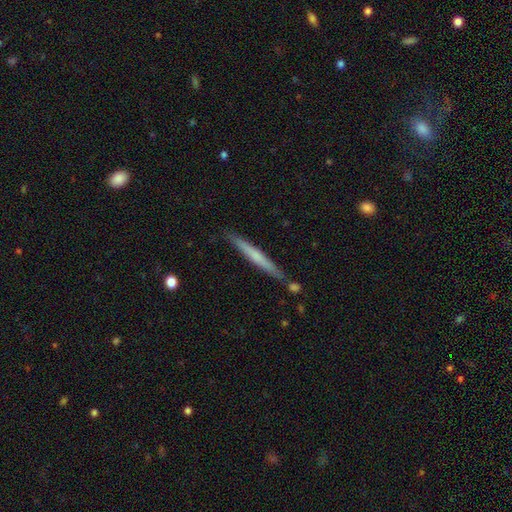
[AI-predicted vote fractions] smooth_or_featured: smooth (p=0.52) [alt: featured or disk p=0.43]
how_rounded: cigar-shaped (p=0.97) [alt: in between p=0.02]
merging: none (p=0.84) [alt: minor disturbance p=0.10]